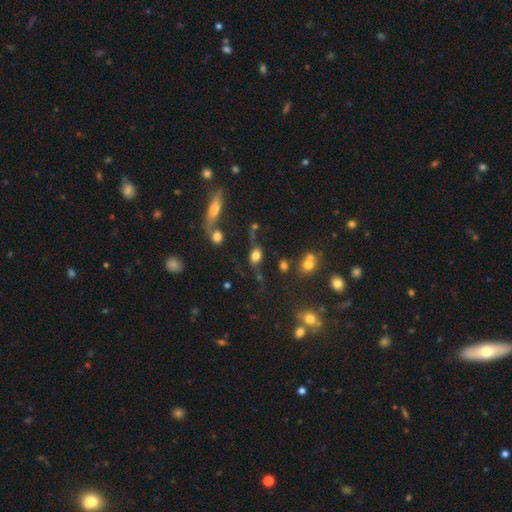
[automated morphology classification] A smooth galaxy with no disk features (61%) that is in between round and cigar-shaped (53%). Merging: none (49%).